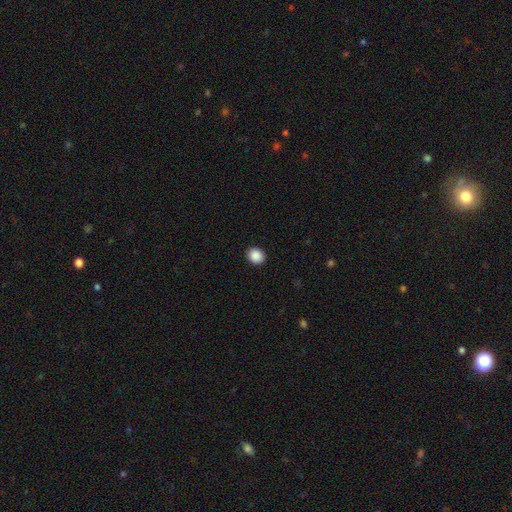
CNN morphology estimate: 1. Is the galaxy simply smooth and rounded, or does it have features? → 89% smooth, 8% star or artifact, 2% featured or disk.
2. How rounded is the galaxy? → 71% round, 29% in between, 1% cigar-shaped.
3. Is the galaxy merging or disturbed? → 91% none, 6% minor disturbance, 2% major disturbance, 1% merger.